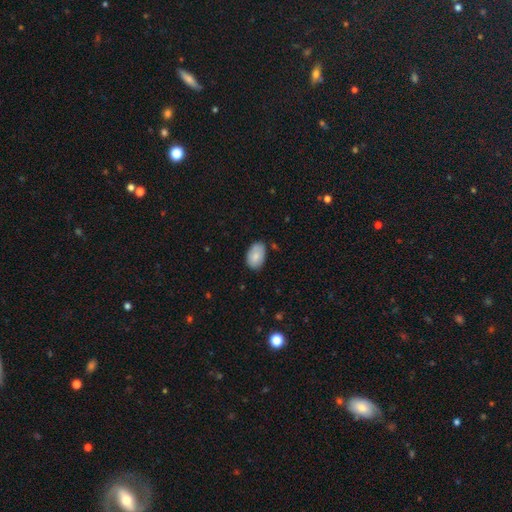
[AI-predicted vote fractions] Q: Smooth or featured?
A: smooth (83%); runner-up: featured or disk (11%)
Q: How rounded?
A: in between (89%); runner-up: round (10%)
Q: Merging?
A: none (74%); runner-up: minor disturbance (21%)